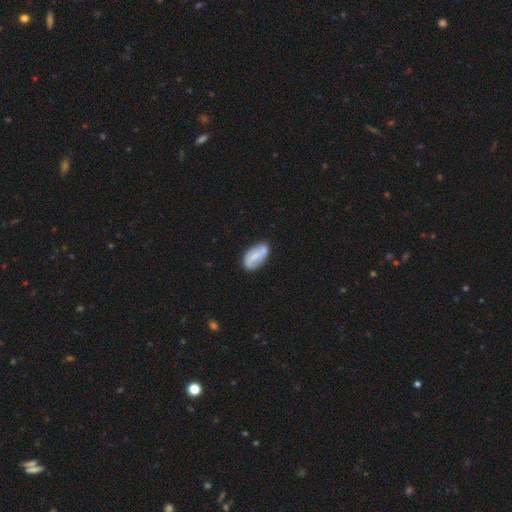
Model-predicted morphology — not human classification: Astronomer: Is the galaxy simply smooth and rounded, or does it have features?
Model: smooth — 54% (runner-up: featured or disk, 40%).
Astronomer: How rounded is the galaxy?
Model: in between — 89%.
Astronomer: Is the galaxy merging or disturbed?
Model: none — 65%.